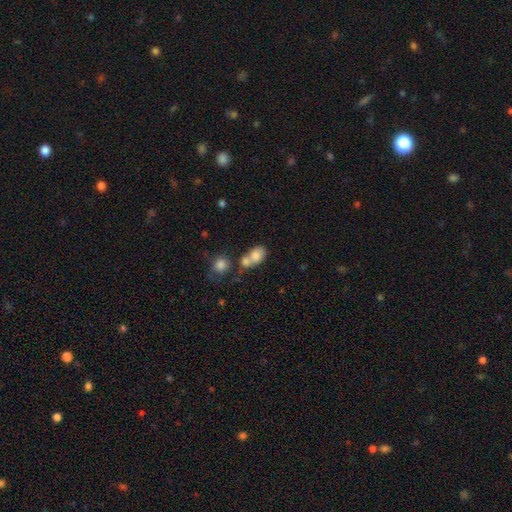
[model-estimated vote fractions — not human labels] Smooth or featured: smooth — 78% (featured or disk — 13%)
How rounded: in between — 74% (round — 24%)
Merging: merger — 56% (none — 29%)